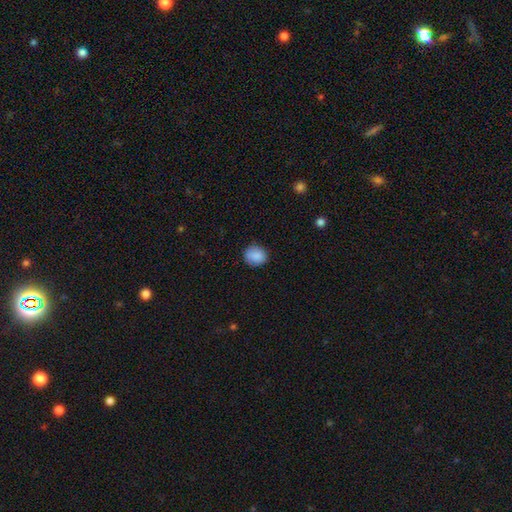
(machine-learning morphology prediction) A smooth galaxy with no disk features (88%) that is round (75%).

Vote fractions:
- Smooth or featured? smooth: 88% / star or artifact: 8% / featured or disk: 4%
- How rounded? round: 75% / in between: 24% / cigar-shaped: 1%
- Merging? none: 84% / minor disturbance: 12% / major disturbance: 3% / merger: 1%